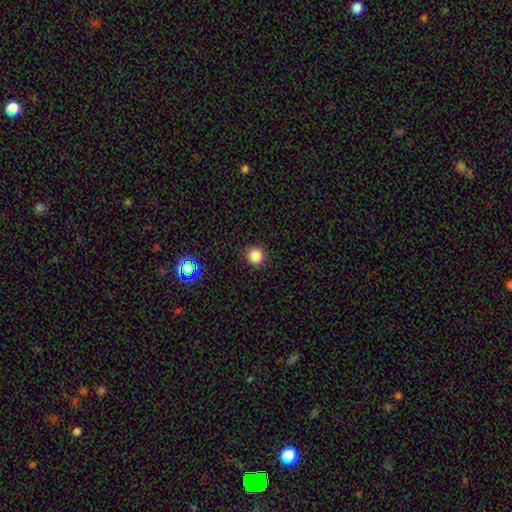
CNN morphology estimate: Overall: smooth (84%). How rounded: round (93%). Merging: none (90%).